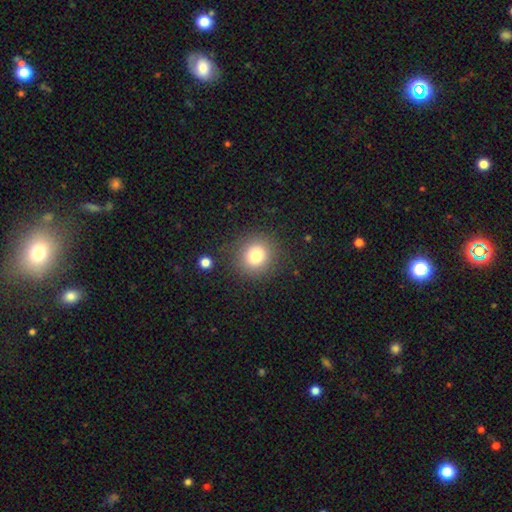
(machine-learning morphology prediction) Smooth or featured: smooth — 78% (star or artifact — 13%)
How rounded: round — 90% (in between — 9%)
Merging: none — 86% (minor disturbance — 8%)